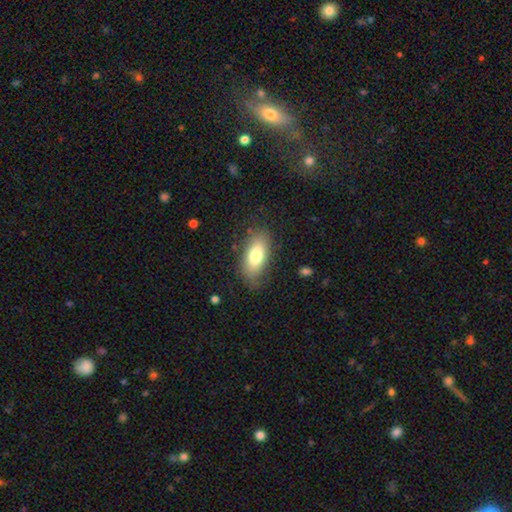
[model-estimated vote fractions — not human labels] Smooth or featured? Predicted: smooth (p=0.75). How rounded? Predicted: in between (p=0.88). Merging? Predicted: none (p=0.79).